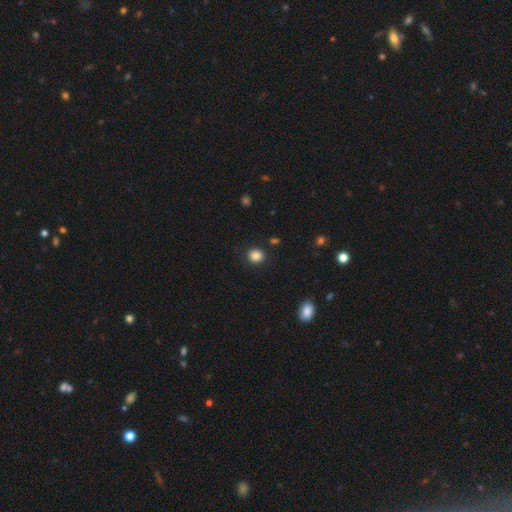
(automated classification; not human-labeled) A smooth galaxy with no disk features (86%) that is round (79%).

Vote fractions:
- Smooth or featured? smooth: 86% / star or artifact: 11% / featured or disk: 4%
- How rounded? round: 79% / in between: 20% / cigar-shaped: 1%
- Merging? none: 88% / minor disturbance: 8% / major disturbance: 3% / merger: 2%